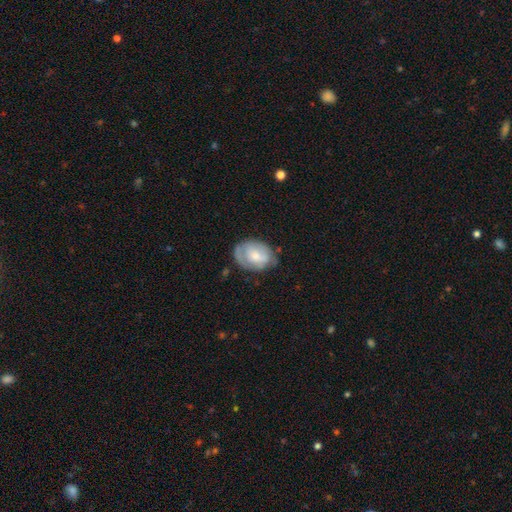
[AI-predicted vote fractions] Smooth or featured?
  - smooth: 49% *
  - featured or disk: 45%
  - star or artifact: 6%
Merging?
  - none: 58% *
  - minor disturbance: 29%
  - major disturbance: 11%
  - merger: 2%